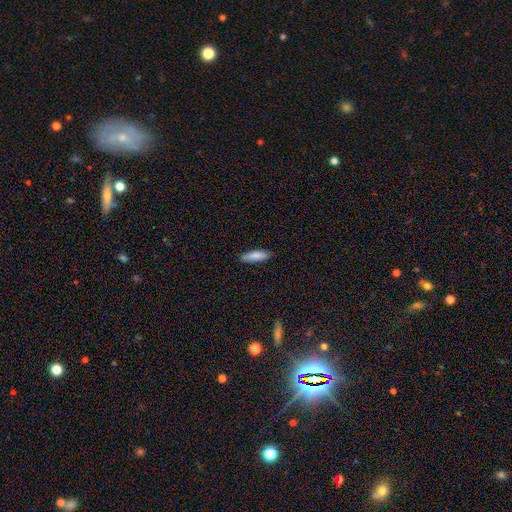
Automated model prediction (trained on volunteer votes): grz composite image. It shows a smooth galaxy with no disk features (80%) that is cigar-shaped (58%). Merging: none (87%).